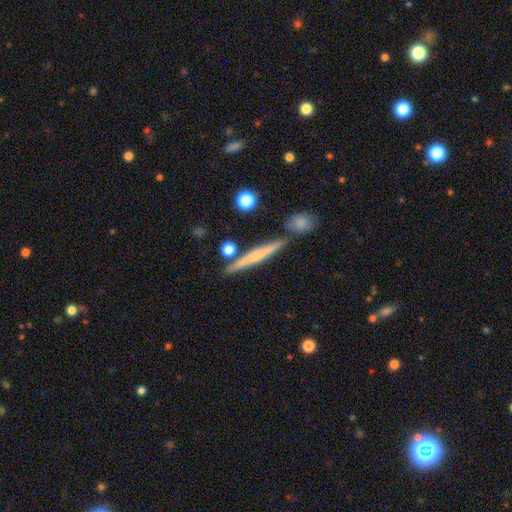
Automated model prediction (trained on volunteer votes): A featured or disk galaxy (49%).

Vote fractions:
- Smooth or featured? featured or disk: 49% / smooth: 44% / star or artifact: 7%
- Merging? none: 82% / minor disturbance: 9% / merger: 7% / major disturbance: 2%